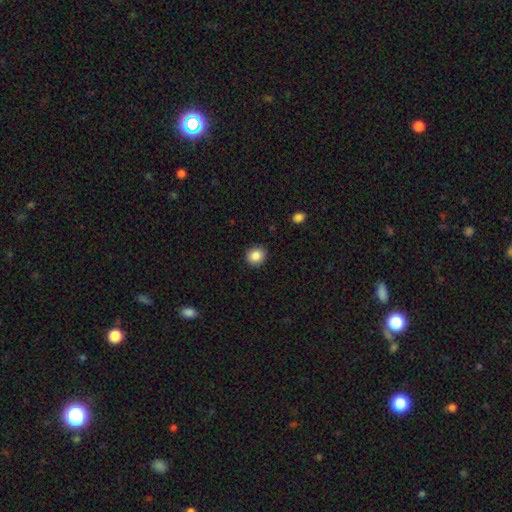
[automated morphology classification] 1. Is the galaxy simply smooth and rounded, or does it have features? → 86% smooth, 9% star or artifact, 4% featured or disk.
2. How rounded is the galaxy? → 82% round, 17% in between, 1% cigar-shaped.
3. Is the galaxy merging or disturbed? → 90% none, 7% minor disturbance, 2% major disturbance, 1% merger.